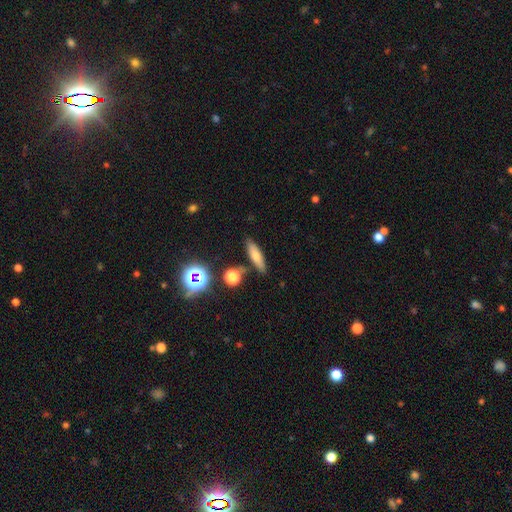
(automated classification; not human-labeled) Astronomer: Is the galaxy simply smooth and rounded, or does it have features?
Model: smooth — 65%.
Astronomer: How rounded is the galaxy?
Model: cigar-shaped — 59% (runner-up: in between, 35%).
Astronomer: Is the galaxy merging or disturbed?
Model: none — 79%.